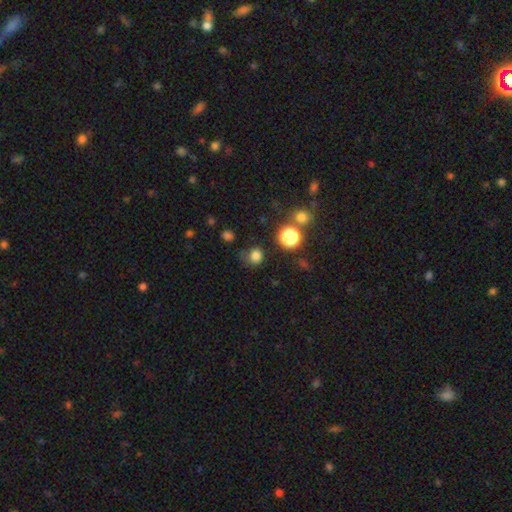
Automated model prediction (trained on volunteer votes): A smooth galaxy with no disk features (76%) that is round (83%).

Vote fractions:
- Smooth or featured? smooth: 76% / star or artifact: 18% / featured or disk: 6%
- How rounded? round: 83% / in between: 16% / cigar-shaped: 1%
- Merging? none: 67% / minor disturbance: 20% / major disturbance: 9% / merger: 4%